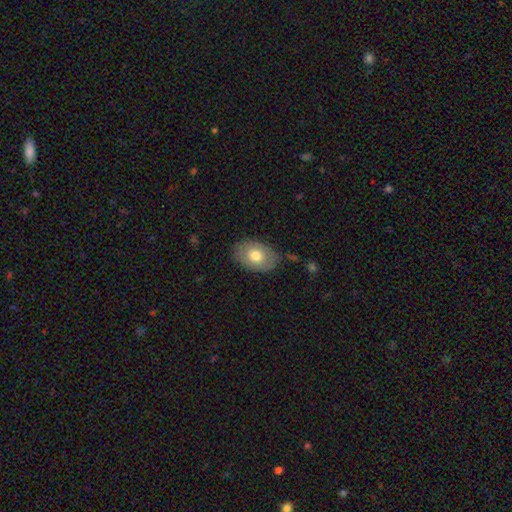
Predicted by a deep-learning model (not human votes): Q: Smooth or featured?
A: smooth (70%); runner-up: featured or disk (23%)
Q: How rounded?
A: in between (83%); runner-up: round (16%)
Q: Merging?
A: none (79%); runner-up: minor disturbance (16%)